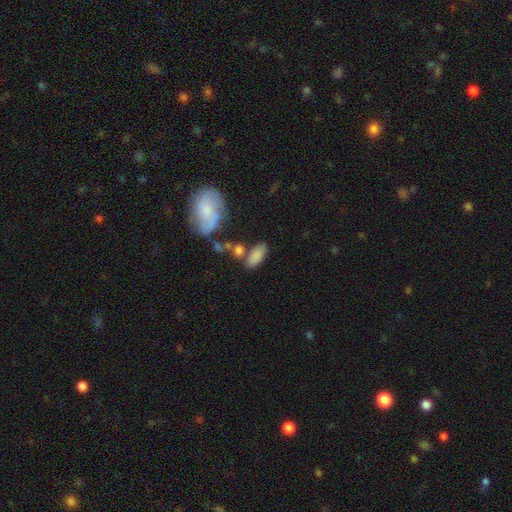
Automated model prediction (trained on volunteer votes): Overall: smooth (82%). How rounded: in between (85%). Merging: none (63%).